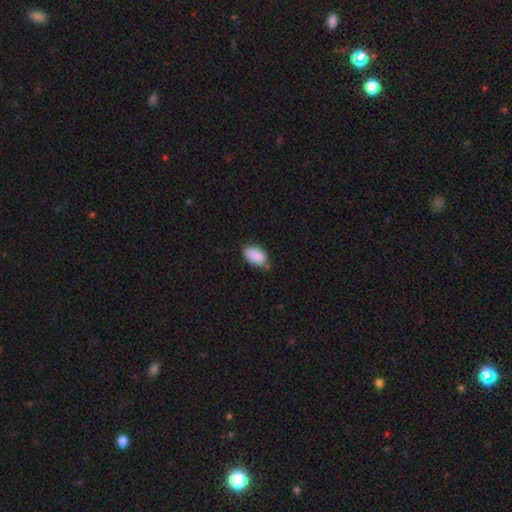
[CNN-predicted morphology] This is clearly a smooth galaxy (88%). How rounded: clearly in between (92%). Merging: likely none (63%).